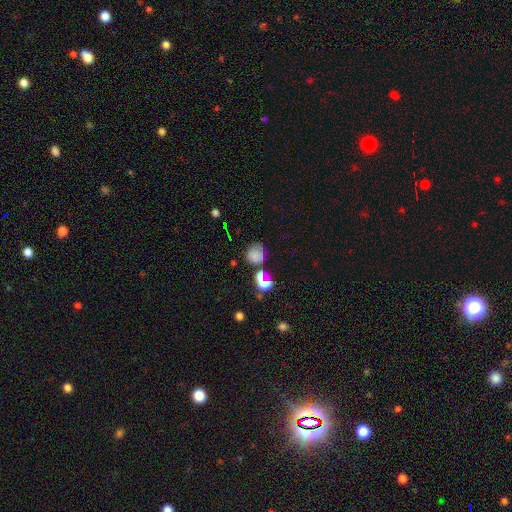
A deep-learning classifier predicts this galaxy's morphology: A smooth galaxy with no disk features (70%) that is round (80%). Merging: none (61%).